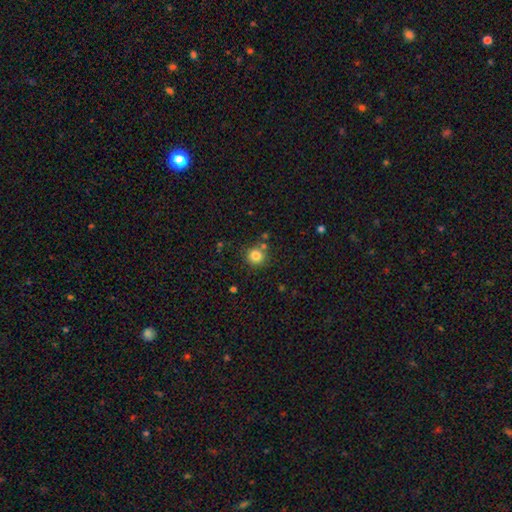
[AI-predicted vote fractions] This appears to be a smooth galaxy with no disk features (82%) that is round (92%). Merging: none (79%).